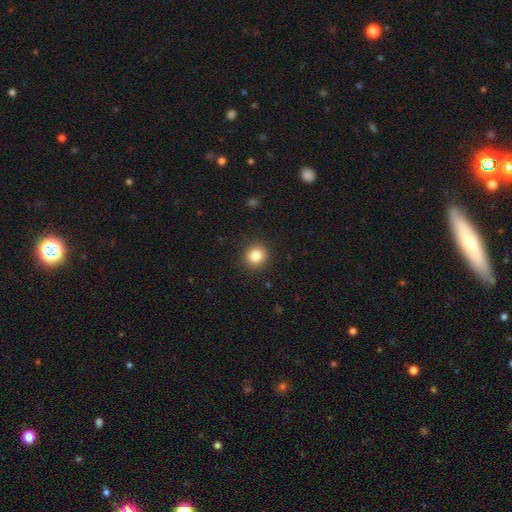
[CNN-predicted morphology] Smooth or featured? smooth (84%)
How rounded? round (87%)
Merging? none (91%)